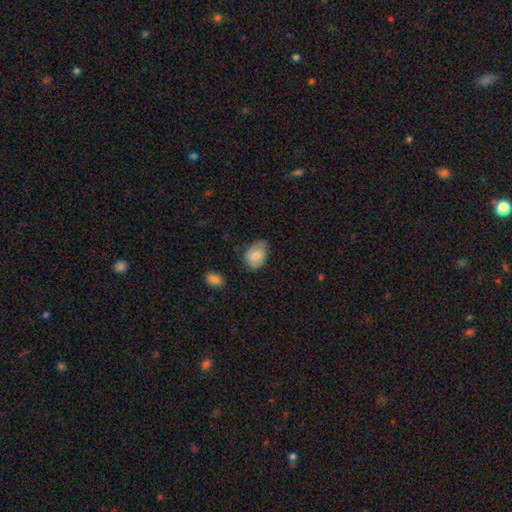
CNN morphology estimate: smooth 65%, featured or disk 28%, star or artifact 7%. Down the decision tree: how rounded — in between (76%); merging — none (55%).